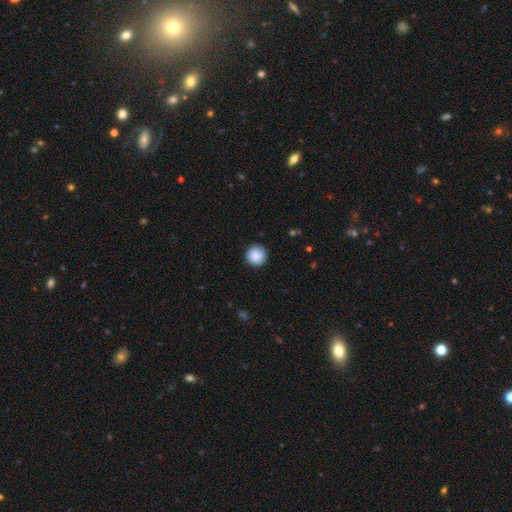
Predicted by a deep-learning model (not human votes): Overall: smooth (88%). How rounded: round (96%). Merging: none (90%).